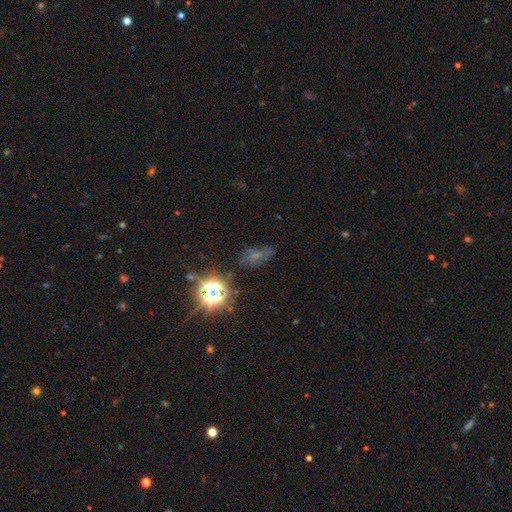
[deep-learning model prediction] star or artifact 46%, smooth 31%, featured or disk 23%.